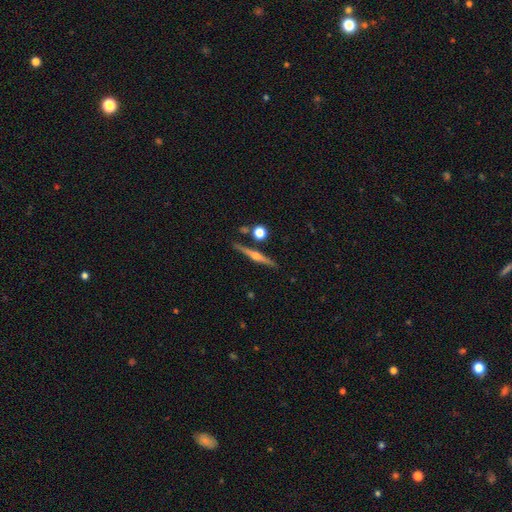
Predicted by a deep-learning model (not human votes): Overall: featured or disk (75%). Edge-on disk: yes (98%). Edge-on bulge: rounded (92%). Merging: none (86%).